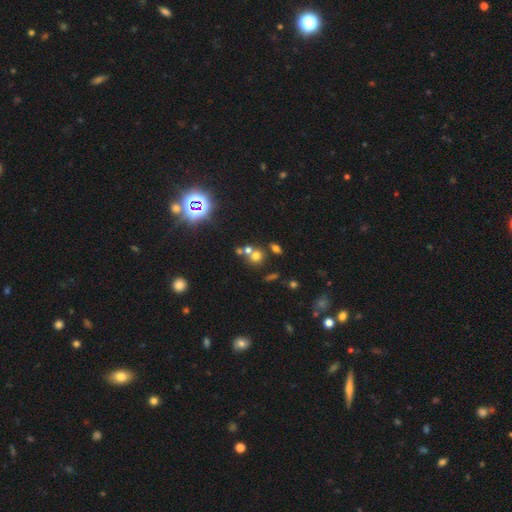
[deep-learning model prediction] This is likely a smooth galaxy (61%). How rounded: clearly round (82%). Merging: possibly none (51%).